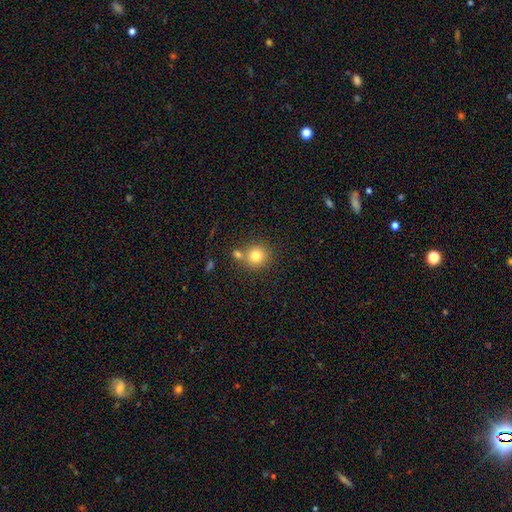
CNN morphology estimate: Smooth or featured? Predicted: smooth (p=0.79). How rounded? Predicted: round (p=0.89). Merging? Predicted: none (p=0.63).